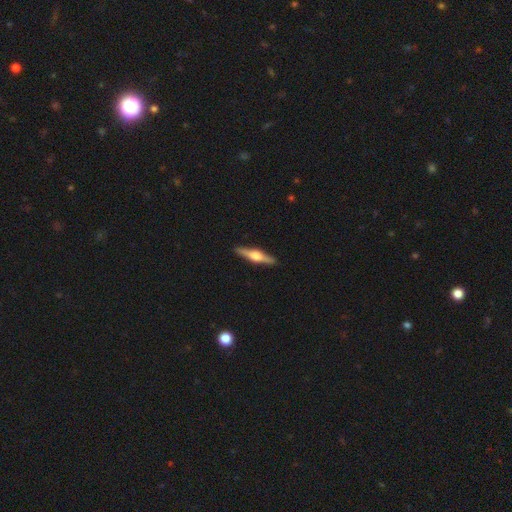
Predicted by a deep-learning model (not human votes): Smooth or featured?
  - featured or disk: 73% *
  - smooth: 22%
  - star or artifact: 5%
Edge-on disk?
  - yes: 98% *
  - no: 2%
Edge-on bulge?
  - rounded: 92% *
  - boxy: 6%
  - none: 2%
Merging?
  - none: 92% *
  - minor disturbance: 6%
  - major disturbance: 1%
  - merger: 1%